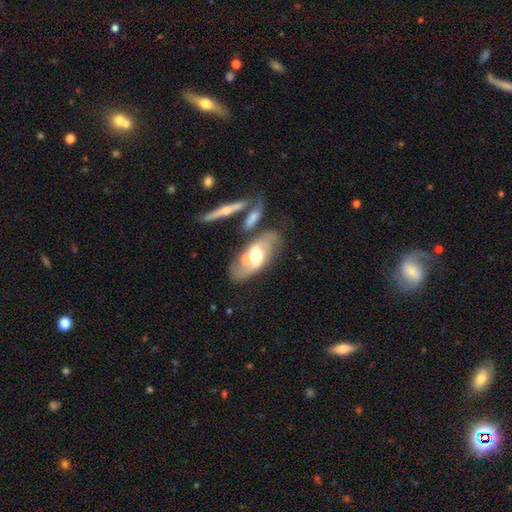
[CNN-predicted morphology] Smooth or featured? Predicted: featured or disk (p=0.60). Edge-on disk? Predicted: no (p=0.84). Bar? Predicted: no (p=0.46). Spiral arms? Predicted: yes (p=0.58). Bulge size? Predicted: moderate (p=0.69). Merging? Predicted: none (p=0.47).